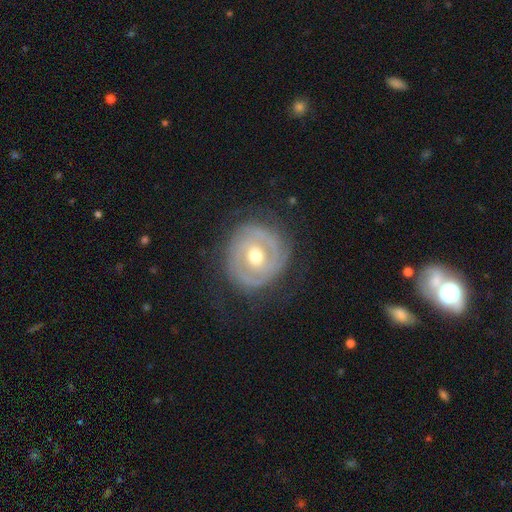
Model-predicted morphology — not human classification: Smooth or featured? Predicted: featured or disk (p=0.78). Edge-on disk? Predicted: no (p=0.97). Bar? Predicted: no (p=0.57). Spiral arms? Predicted: yes (p=0.75). Spiral winding? Predicted: tight (p=0.72). Spiral arm count? Predicted: 2 (p=0.49). Bulge size? Predicted: moderate (p=0.74). Merging? Predicted: none (p=0.78).